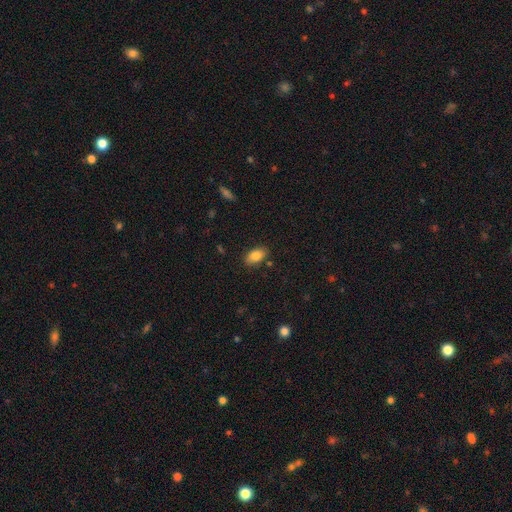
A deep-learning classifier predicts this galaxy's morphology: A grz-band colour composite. It shows a smooth galaxy with no disk features (85%) that is in between round and cigar-shaped (91%). Merging: none (84%).